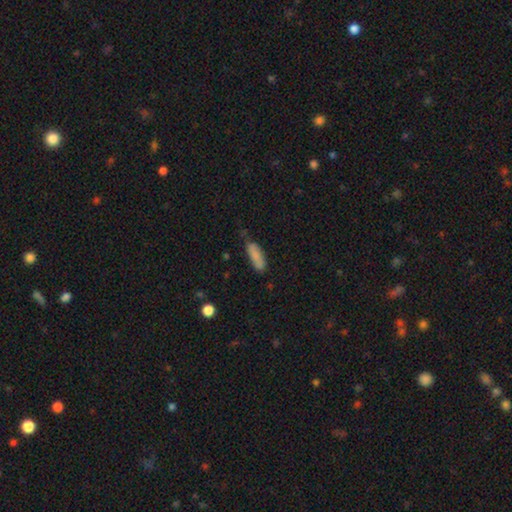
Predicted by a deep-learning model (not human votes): A smooth galaxy with no disk features (83%) that is in between round and cigar-shaped (57%). Merging: none (70%).